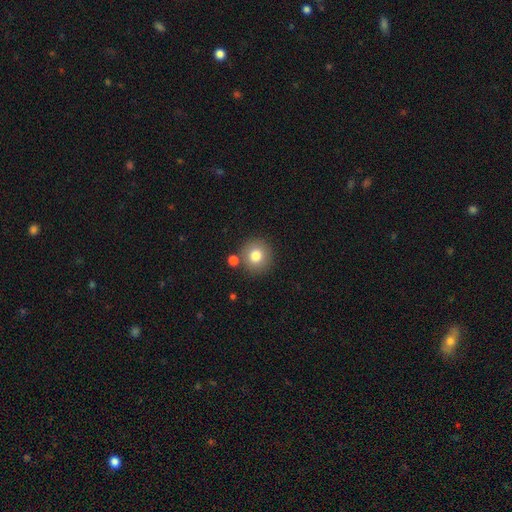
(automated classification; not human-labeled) This is likely a smooth galaxy (79%). How rounded: clearly round (90%). Merging: clearly none (81%).